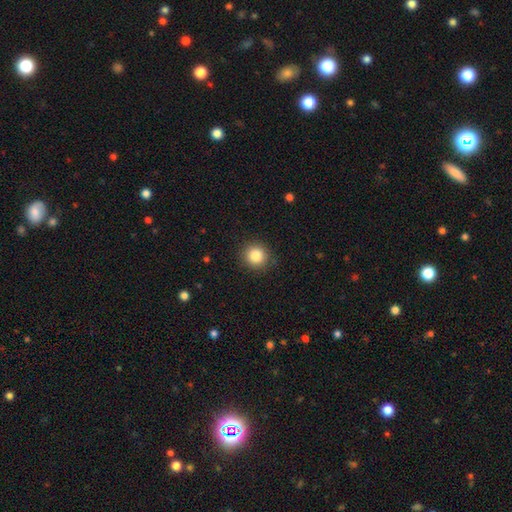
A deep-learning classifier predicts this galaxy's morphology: smooth 85%, star or artifact 10%, featured or disk 5%. Down the decision tree: how rounded — round (93%); merging — none (90%).